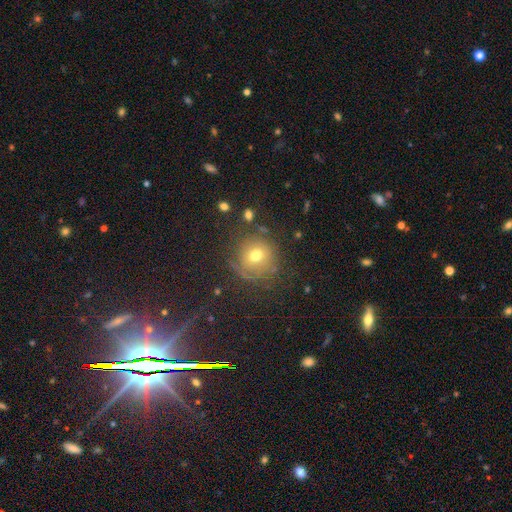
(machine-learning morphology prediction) type=smooth (64%); roundness=round (89%); merging=none (72%).